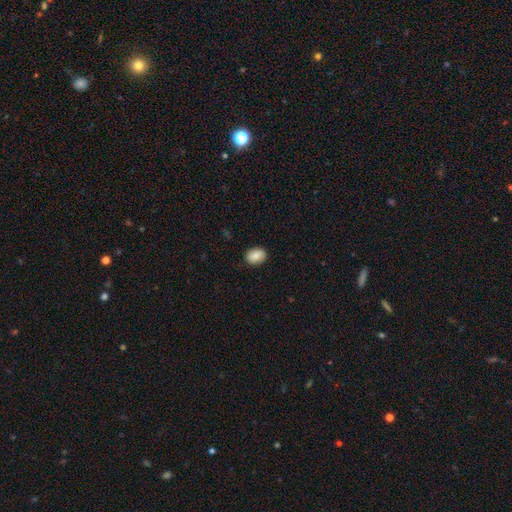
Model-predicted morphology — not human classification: smooth 84%, featured or disk 8%, star or artifact 8%. Down the decision tree: how rounded — in between (67%); merging — none (87%).